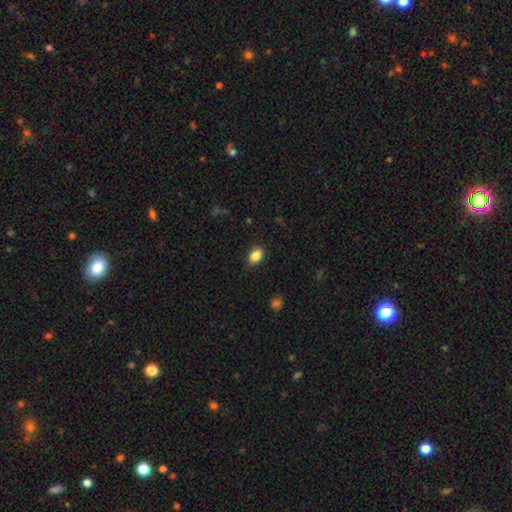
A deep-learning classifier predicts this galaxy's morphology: smooth-or-featured: smooth: 86% | star or artifact: 9% | featured or disk: 5%
  how-rounded: in between: 80% | round: 18% | cigar-shaped: 1%
  merging: none: 87% | minor disturbance: 10% | major disturbance: 2% | merger: 1%